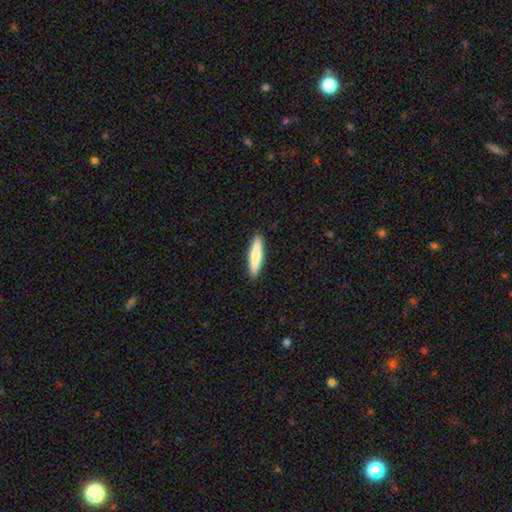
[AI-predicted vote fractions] This is likely a smooth galaxy (74%). How rounded: clearly cigar-shaped (84%). Merging: clearly none (91%).